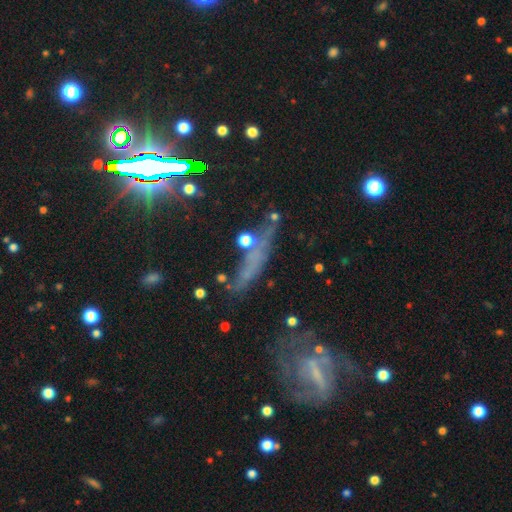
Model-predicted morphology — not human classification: A featured or disk galaxy (40%).

Vote fractions:
- Smooth or featured? featured or disk: 40% / star or artifact: 30% / smooth: 30%
- Merging? none: 56% / minor disturbance: 20% / major disturbance: 15% / merger: 9%